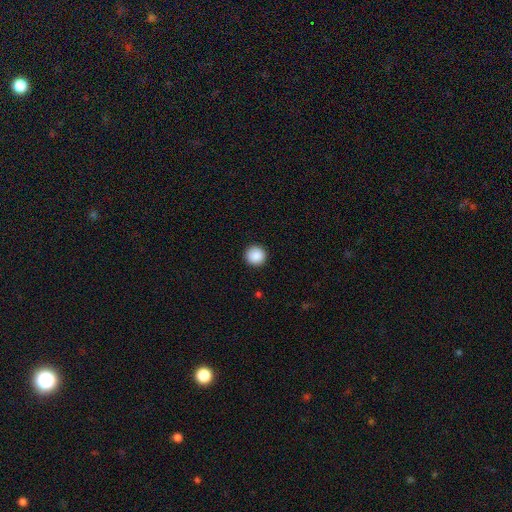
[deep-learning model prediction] smooth_or_featured: smooth (p=0.89) [alt: star or artifact p=0.09]
how_rounded: round (p=0.96) [alt: in between p=0.03]
merging: none (p=0.93) [alt: minor disturbance p=0.05]